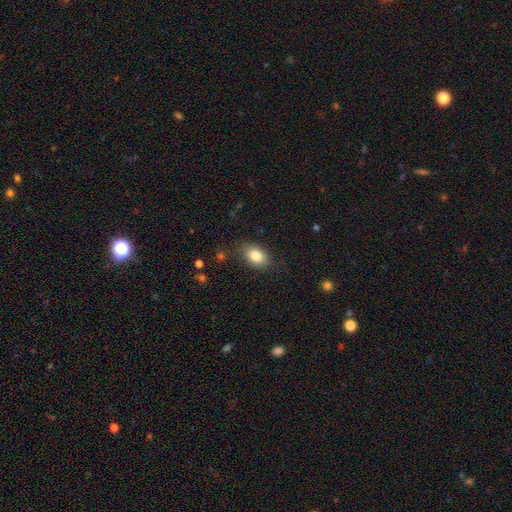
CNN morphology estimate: Smooth or featured?
  - smooth: 84% *
  - featured or disk: 8%
  - star or artifact: 8%
How rounded?
  - in between: 86% *
  - round: 12%
  - cigar-shaped: 2%
Merging?
  - none: 82% *
  - minor disturbance: 13%
  - major disturbance: 4%
  - merger: 1%